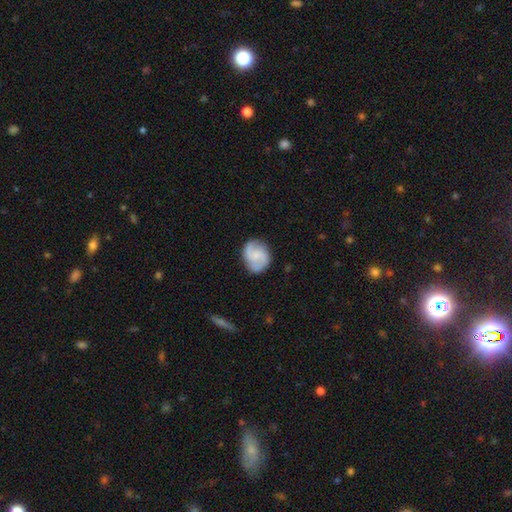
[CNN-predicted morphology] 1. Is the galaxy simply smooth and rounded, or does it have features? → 66% featured or disk, 28% smooth, 7% star or artifact.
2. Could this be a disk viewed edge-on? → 98% no, 2% yes.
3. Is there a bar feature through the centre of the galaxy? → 56% no, 38% weak, 6% strong.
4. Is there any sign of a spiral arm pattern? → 94% yes, 6% no.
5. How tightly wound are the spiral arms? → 49% medium, 30% loose, 21% tight.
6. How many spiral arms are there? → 79% 2, 8% 3, 7% can't tell, 3% 1, 2% 4, 2% more than 4.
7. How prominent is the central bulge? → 48% small, 30% none, 20% moderate, 2% large, 1% dominant.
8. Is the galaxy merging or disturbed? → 78% none, 16% minor disturbance, 5% major disturbance, 1% merger.